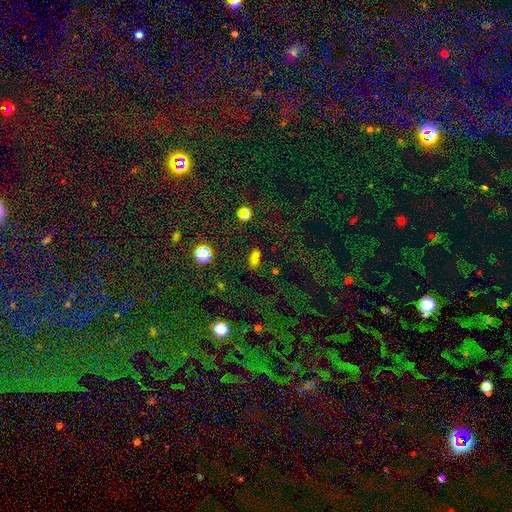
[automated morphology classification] Smooth or featured? Predicted: smooth (p=0.71). How rounded? Predicted: in between (p=0.79). Merging? Predicted: none (p=0.80).